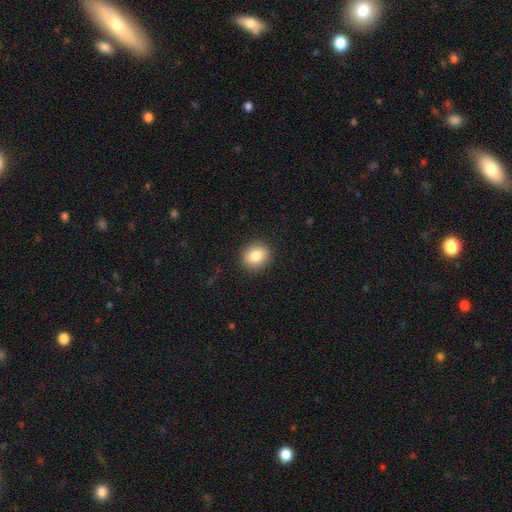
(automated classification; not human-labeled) smooth_or_featured: smooth (p=0.84) [alt: star or artifact p=0.09]
how_rounded: round (p=0.70) [alt: in between p=0.29]
merging: none (p=0.90) [alt: minor disturbance p=0.07]